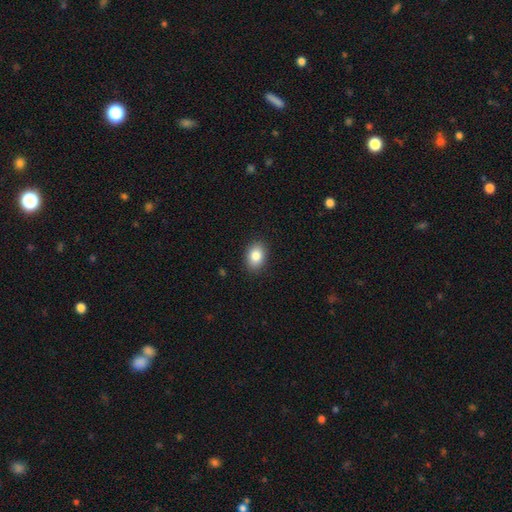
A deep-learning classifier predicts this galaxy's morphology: Q: Smooth or featured?
A: smooth (85%); runner-up: star or artifact (8%)
Q: How rounded?
A: in between (73%); runner-up: round (26%)
Q: Merging?
A: none (89%); runner-up: minor disturbance (8%)